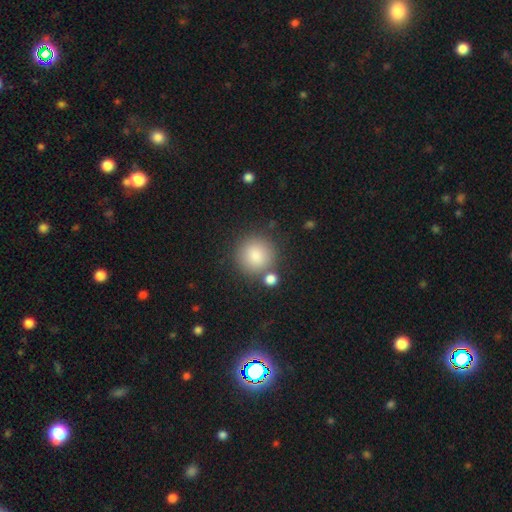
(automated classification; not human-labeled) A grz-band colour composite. It shows a smooth galaxy with no disk features (86%) that is round (93%). Merging: none (75%).